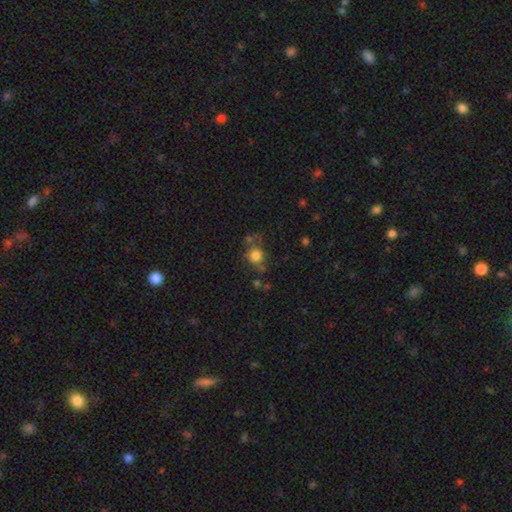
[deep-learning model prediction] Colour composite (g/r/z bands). It shows a smooth galaxy with no disk features (76%) that is round (85%). Merging: none (62%).